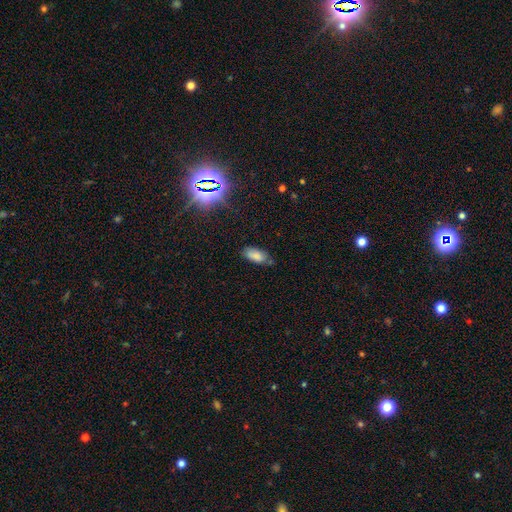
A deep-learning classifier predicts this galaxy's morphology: This is likely a smooth galaxy (79%). How rounded: clearly in between (89%). Merging: likely none (70%).